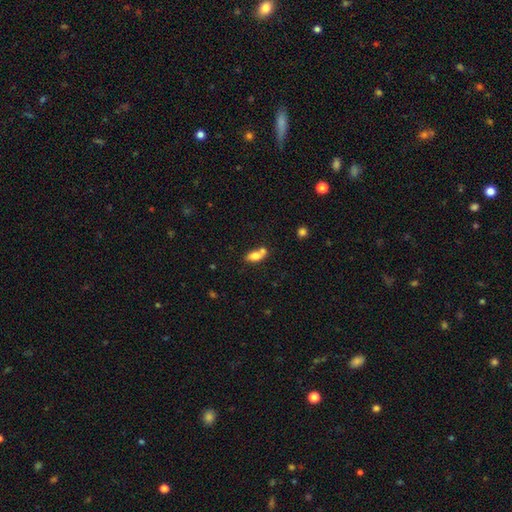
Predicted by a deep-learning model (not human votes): Q: Smooth or featured?
A: smooth (75%); runner-up: featured or disk (16%)
Q: How rounded?
A: in between (83%); runner-up: cigar-shaped (10%)
Q: Merging?
A: none (43%); runner-up: merger (38%)